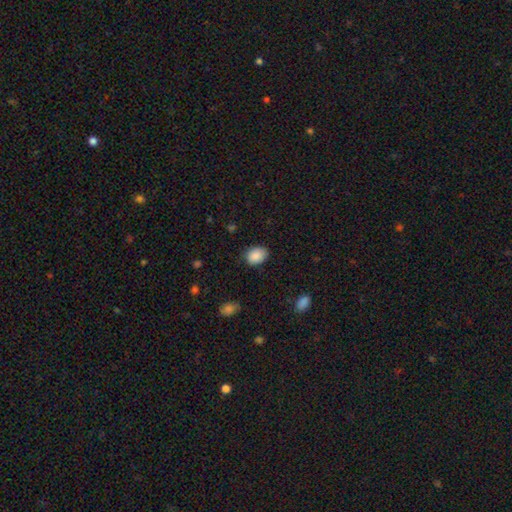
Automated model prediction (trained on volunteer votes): This is clearly a smooth galaxy (88%). How rounded: likely in between (68%). Merging: likely none (79%).